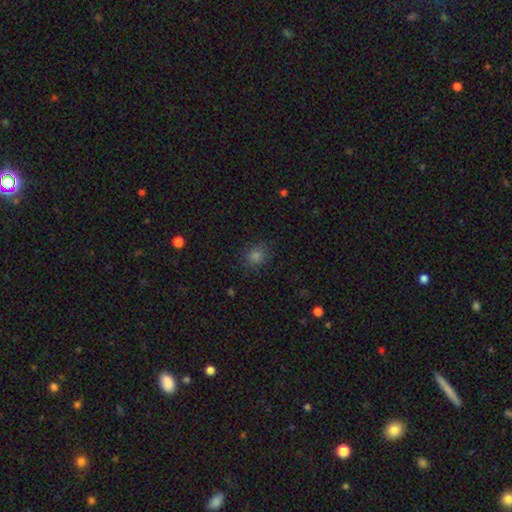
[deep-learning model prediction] Smooth or featured? smooth (75%)
How rounded? round (73%)
Merging? none (87%)